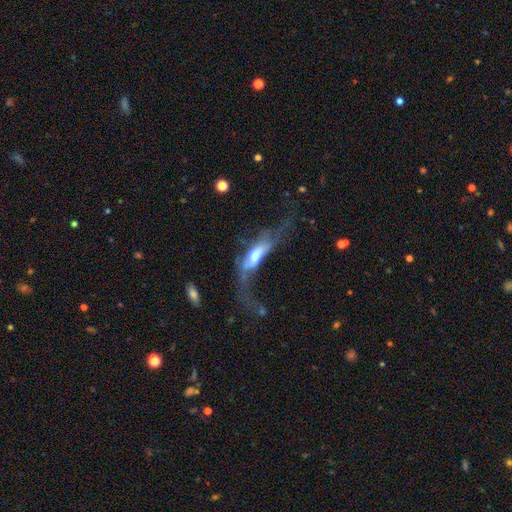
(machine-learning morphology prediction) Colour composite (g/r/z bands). It shows a featured or disk galaxy (53%). Merging: major disturbance (55%).